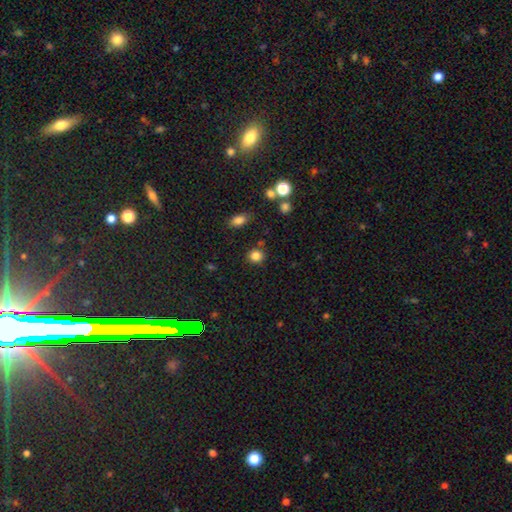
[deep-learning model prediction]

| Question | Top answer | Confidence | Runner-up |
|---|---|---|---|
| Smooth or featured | smooth | 84% | star or artifact (12%) |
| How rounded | round | 86% | in between (13%) |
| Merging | none | 84% | minor disturbance (9%) |